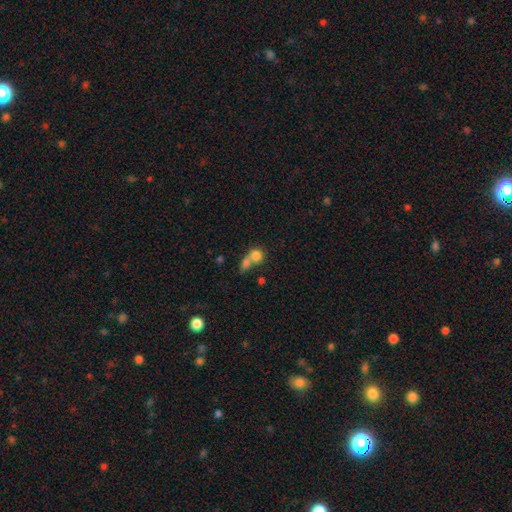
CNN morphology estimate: This appears to be a smooth galaxy with no disk features (78%) that is round (73%). Merging: merger (63%).